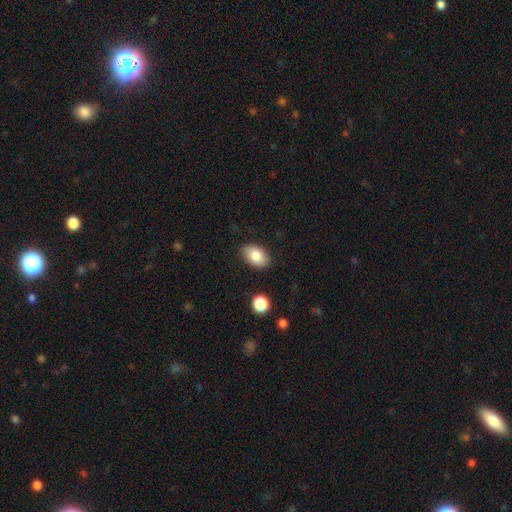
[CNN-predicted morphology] Q: Smooth or featured?
A: smooth (84%); runner-up: featured or disk (9%)
Q: How rounded?
A: in between (91%); runner-up: round (8%)
Q: Merging?
A: none (86%); runner-up: minor disturbance (10%)